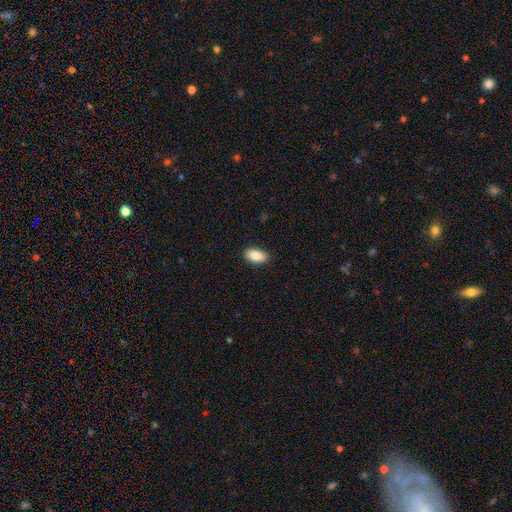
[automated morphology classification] A smooth galaxy with no disk features (87%) that is in between round and cigar-shaped (94%). Merging: none (89%).